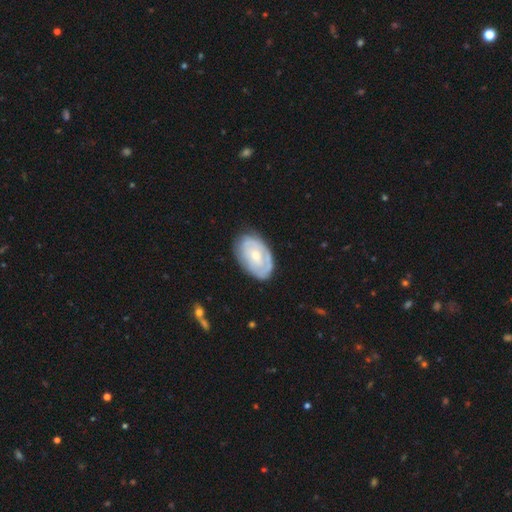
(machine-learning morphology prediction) smooth-or-featured: featured or disk: 61% | smooth: 33% | star or artifact: 5%
  disk-edge-on: no: 95% | yes: 5%
    bar: no: 77% | weak: 20% | strong: 4%
    has-spiral-arms: yes: 61% | no: 39%
    bulge-size: moderate: 49% | small: 45% | large: 3% | none: 2% | dominant: 1%
  merging: none: 74% | minor disturbance: 19% | major disturbance: 5% | merger: 1%